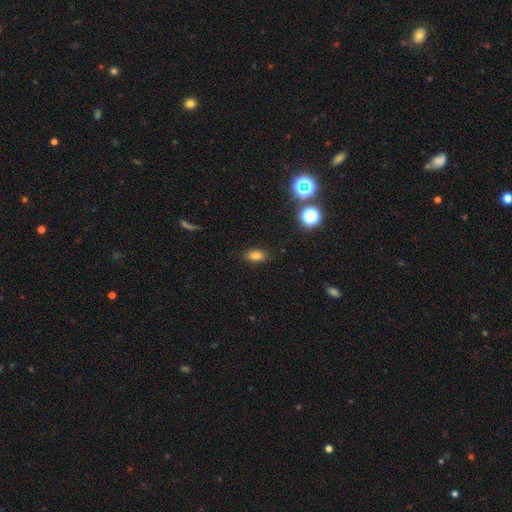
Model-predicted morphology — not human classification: This is likely a smooth galaxy (78%). How rounded: clearly in between (85%). Merging: clearly none (87%).